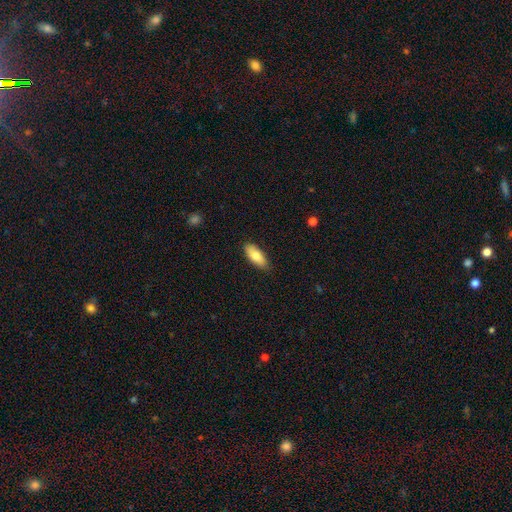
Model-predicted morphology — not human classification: A smooth galaxy with no disk features (80%) that is in between round and cigar-shaped (79%). Merging: none (85%).